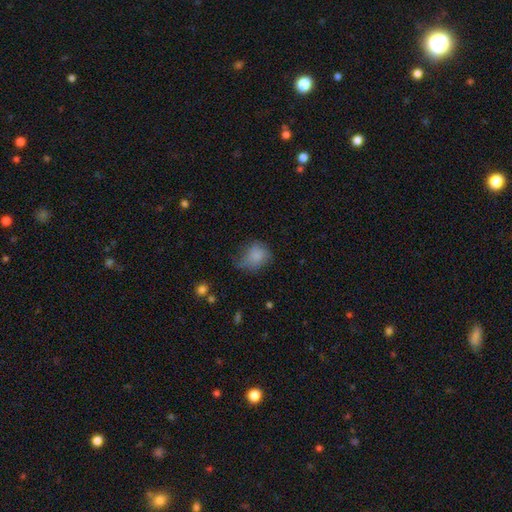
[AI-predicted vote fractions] This is likely a smooth galaxy (77%). How rounded: possibly round (53%). Merging: marginally minor disturbance (37%).